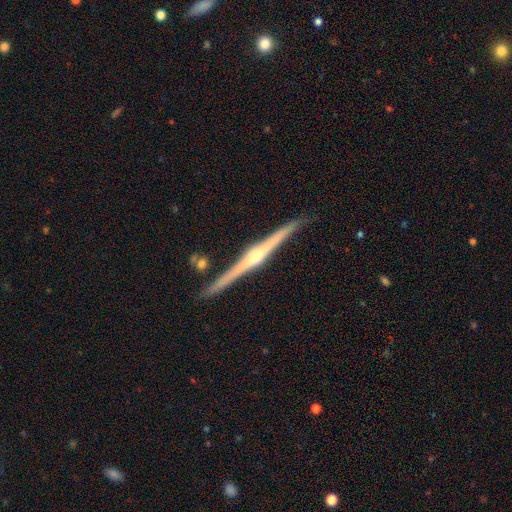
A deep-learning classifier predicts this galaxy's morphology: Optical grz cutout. It shows a featured or disk galaxy (88%) viewed edge-on (99%) with a rounded central bulge (85%). Merging: none (89%).